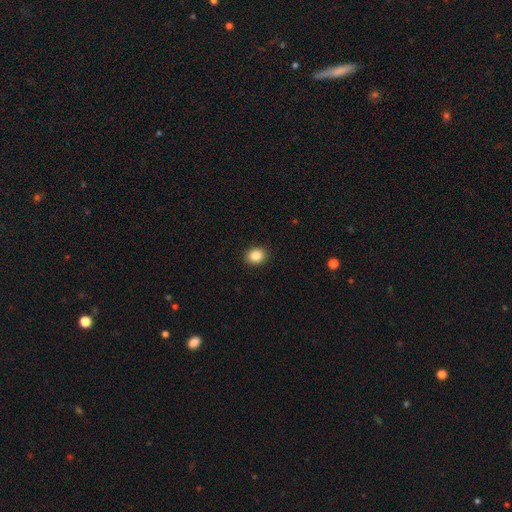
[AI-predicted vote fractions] Smooth or featured? smooth (86%)
How rounded? round (58%)
Merging? none (91%)